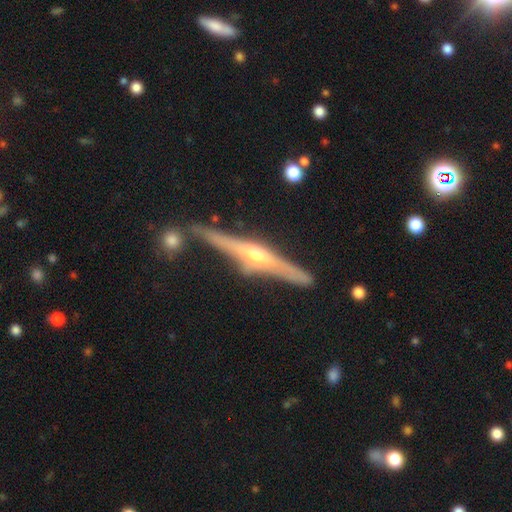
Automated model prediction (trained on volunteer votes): featured or disk 84%, smooth 10%, star or artifact 6%. Down the decision tree: edge-on disk — yes (97%); edge-on bulge — rounded (83%); merging — none (81%).